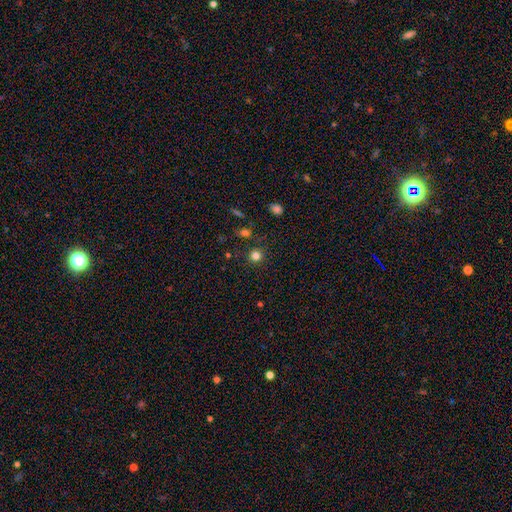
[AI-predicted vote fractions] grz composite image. It shows a smooth galaxy with no disk features (80%) that is round (91%). Merging: none (87%).